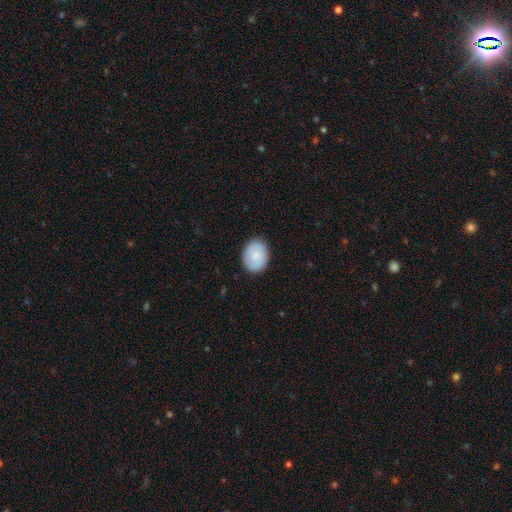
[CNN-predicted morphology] A smooth galaxy with no disk features (73%) that is in between round and cigar-shaped (64%).

Vote fractions:
- Smooth or featured? smooth: 73% / featured or disk: 20% / star or artifact: 6%
- How rounded? in between: 64% / round: 35% / cigar-shaped: 1%
- Merging? none: 86% / minor disturbance: 11% / major disturbance: 2% / merger: 1%